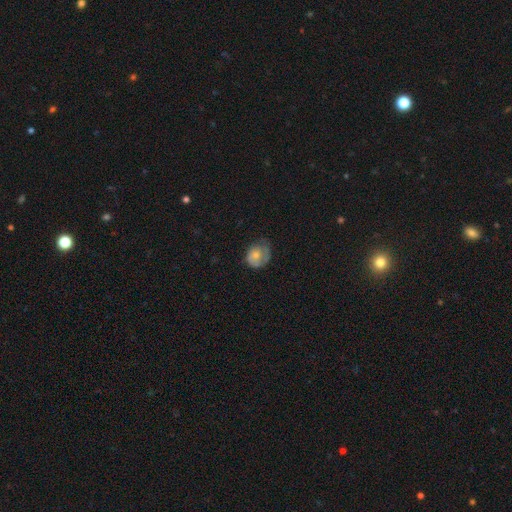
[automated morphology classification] smooth 63%, featured or disk 29%, star or artifact 8%. Down the decision tree: how rounded — round (53%); merging — none (42%).